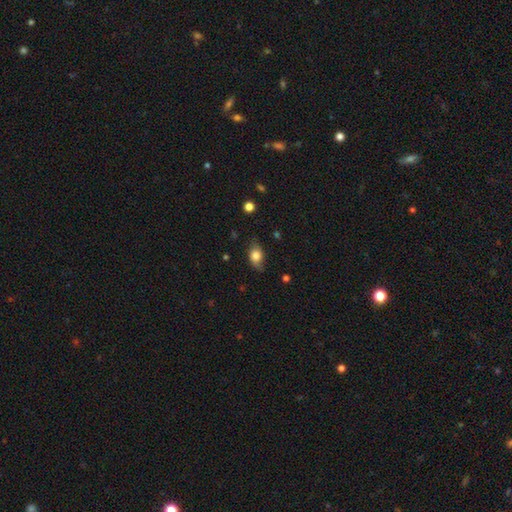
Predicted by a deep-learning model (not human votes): A smooth galaxy with no disk features (76%) that is in between round and cigar-shaped (78%).

Vote fractions:
- Smooth or featured? smooth: 76% / featured or disk: 16% / star or artifact: 8%
- How rounded? in between: 78% / round: 19% / cigar-shaped: 3%
- Merging? none: 70% / minor disturbance: 24% / major disturbance: 5% / merger: 1%